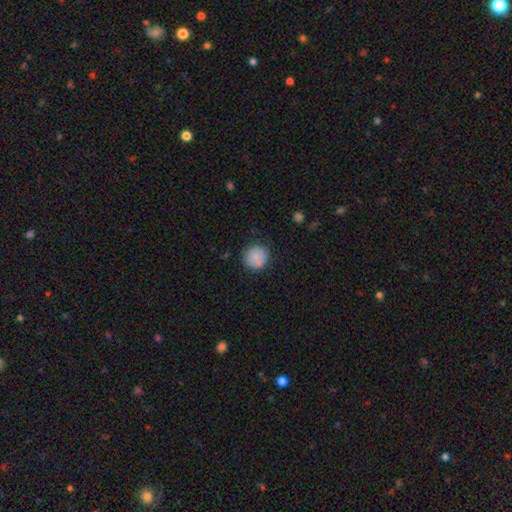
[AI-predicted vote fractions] Smooth or featured? Predicted: smooth (p=0.83). How rounded? Predicted: round (p=0.92). Merging? Predicted: none (p=0.78).